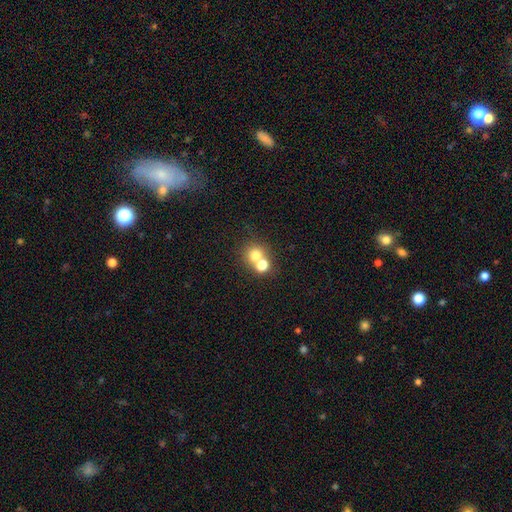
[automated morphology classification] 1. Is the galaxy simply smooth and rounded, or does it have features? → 72% smooth, 16% star or artifact, 13% featured or disk.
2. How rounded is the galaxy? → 85% round, 14% in between, 1% cigar-shaped.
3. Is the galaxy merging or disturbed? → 46% merger, 45% none, 6% minor disturbance, 3% major disturbance.